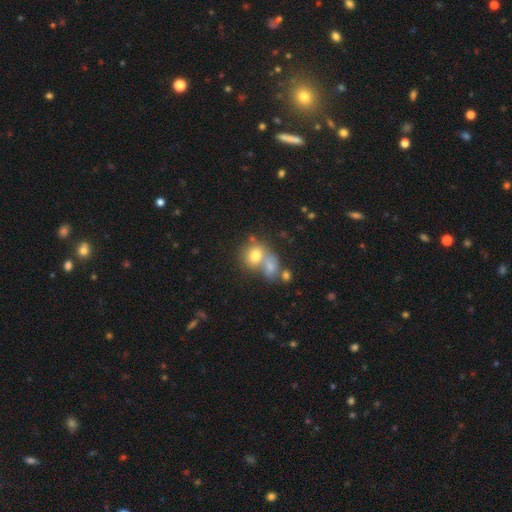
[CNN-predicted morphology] A smooth galaxy with no disk features (73%) that is round (66%).

Vote fractions:
- Smooth or featured? smooth: 73% / featured or disk: 16% / star or artifact: 12%
- How rounded? round: 66% / in between: 33% / cigar-shaped: 1%
- Merging? merger: 51% / none: 34% / minor disturbance: 9% / major disturbance: 5%